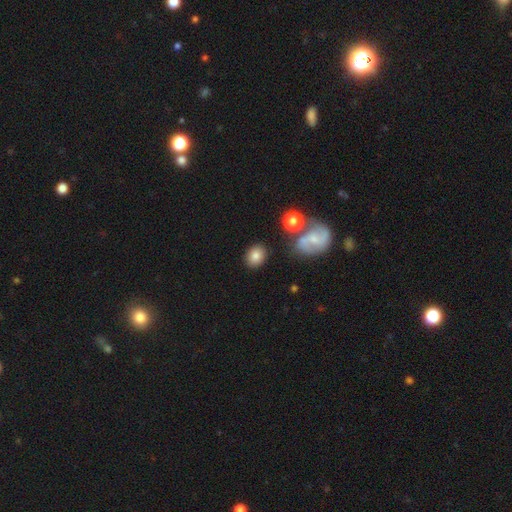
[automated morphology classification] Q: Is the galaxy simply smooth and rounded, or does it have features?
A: smooth — 79%.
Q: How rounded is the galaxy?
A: round — 51%.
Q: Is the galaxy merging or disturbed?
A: none — 82%.